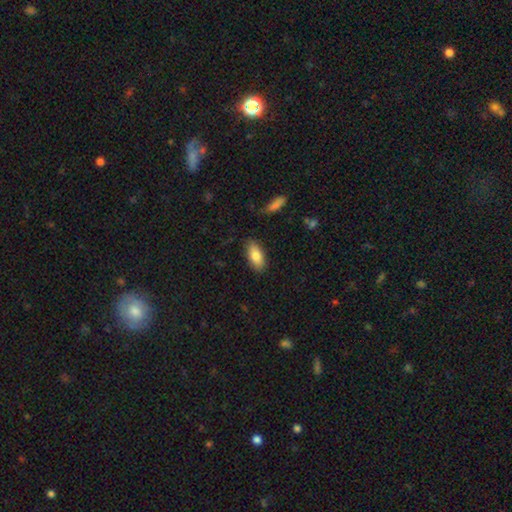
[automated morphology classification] smooth_or_featured: smooth (p=0.82) [alt: featured or disk p=0.12]
how_rounded: in between (p=0.86) [alt: cigar-shaped p=0.11]
merging: none (p=0.85) [alt: minor disturbance p=0.11]